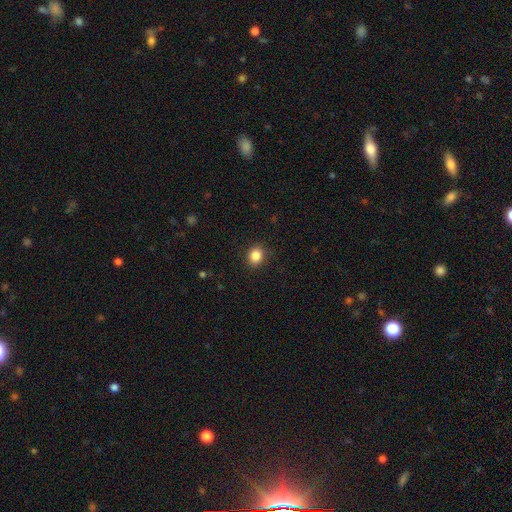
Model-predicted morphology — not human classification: Overall: smooth (86%). How rounded: round (67%; in between 32%). Merging: none (89%).